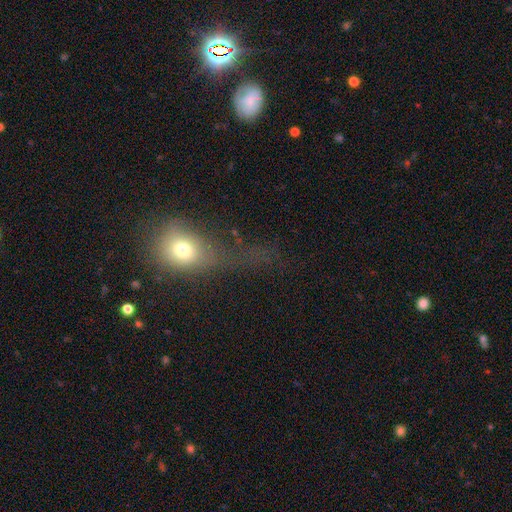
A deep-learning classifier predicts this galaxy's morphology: Overall: smooth (54%; star or artifact 26%). How rounded: round (62%; in between 32%). Merging: major disturbance (38%; none 31%).